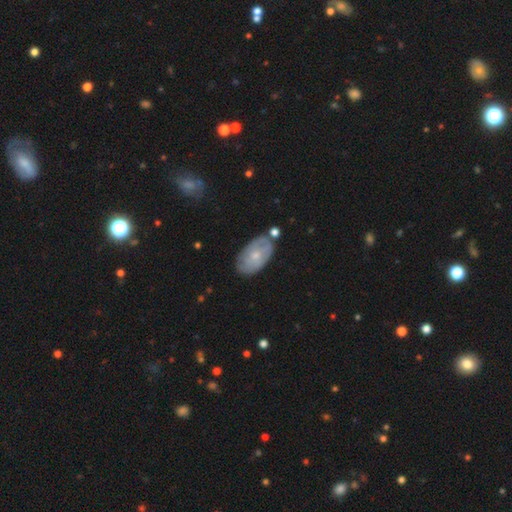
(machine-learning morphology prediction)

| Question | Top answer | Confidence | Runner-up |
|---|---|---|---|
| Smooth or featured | featured or disk | 50% | smooth (44%) |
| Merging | none | 69% | minor disturbance (21%) |